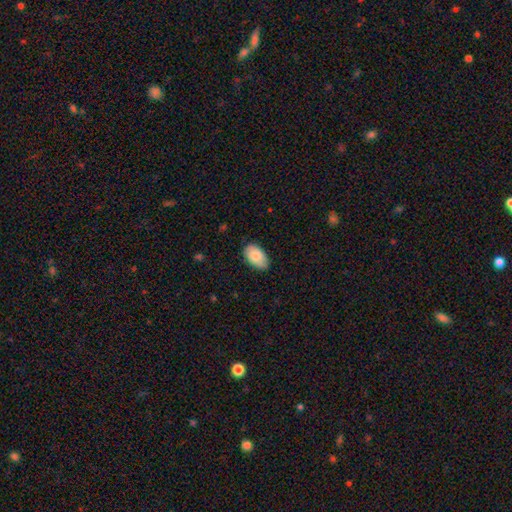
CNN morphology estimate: The model was most divided on "merging": none: 79%, minor disturbance: 17%, major disturbance: 3%, merger: 1%. More confident: how rounded — in between (94%); smooth or featured — smooth (83%).